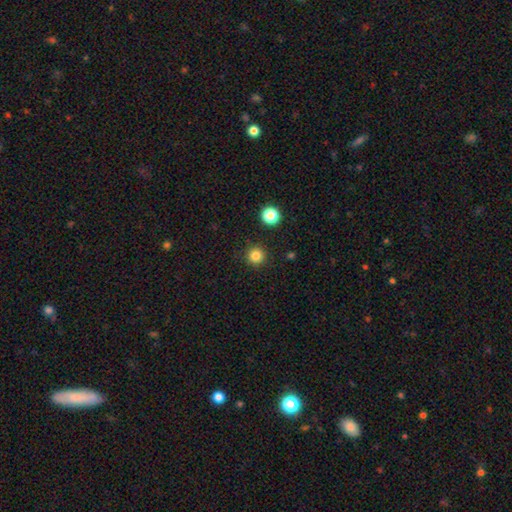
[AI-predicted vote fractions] Morphology: type=smooth (82%); roundness=round (96%); merging=none (91%).